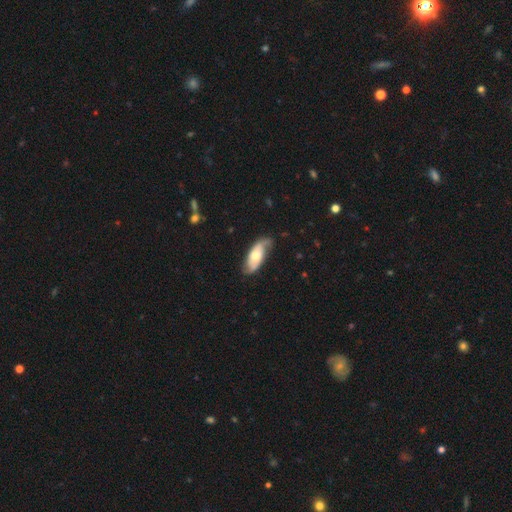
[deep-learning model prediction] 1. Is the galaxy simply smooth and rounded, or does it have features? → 59% featured or disk, 36% smooth, 6% star or artifact.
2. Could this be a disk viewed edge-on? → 84% no, 16% yes.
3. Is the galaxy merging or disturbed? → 68% none, 23% minor disturbance, 7% major disturbance, 2% merger.